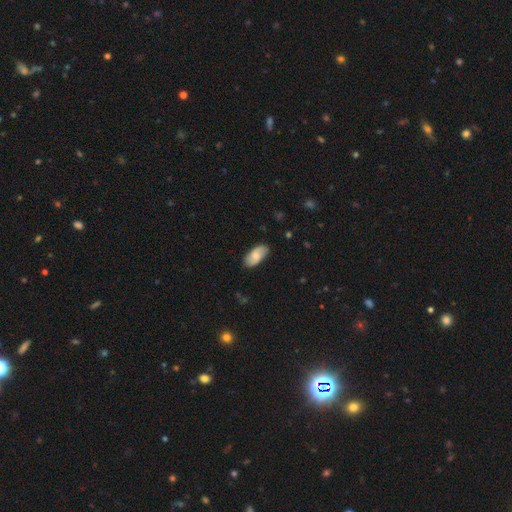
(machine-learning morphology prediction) smooth_or_featured: smooth (p=0.65) [alt: featured or disk p=0.29]
how_rounded: in between (p=0.93) [alt: cigar-shaped p=0.05]
merging: none (p=0.83) [alt: minor disturbance p=0.14]